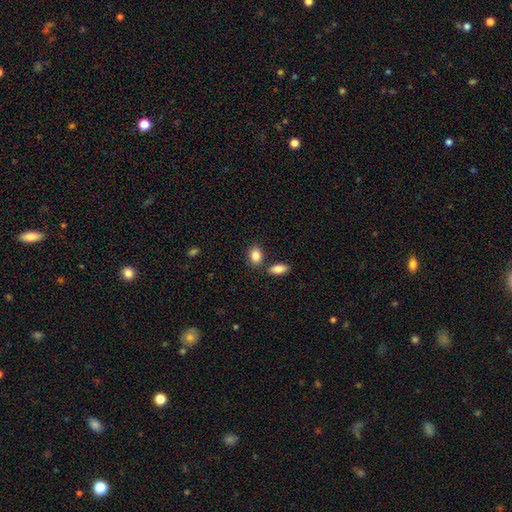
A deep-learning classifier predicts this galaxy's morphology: Smooth or featured? smooth (86%)
How rounded? in between (76%)
Merging? none (72%)